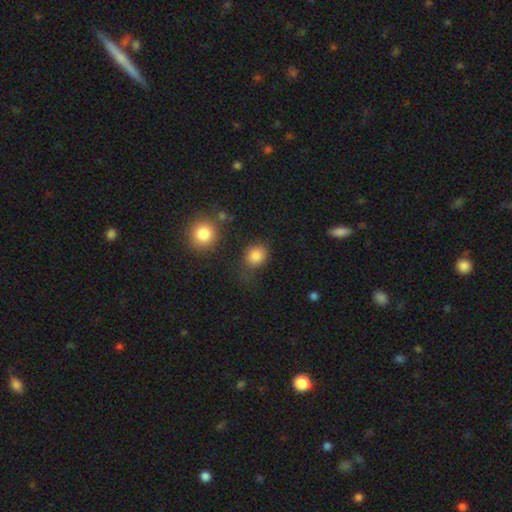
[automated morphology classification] smooth_or_featured: smooth (p=0.83) [alt: star or artifact p=0.11]
how_rounded: round (p=0.72) [alt: in between p=0.27]
merging: none (p=0.64) [alt: minor disturbance p=0.19]